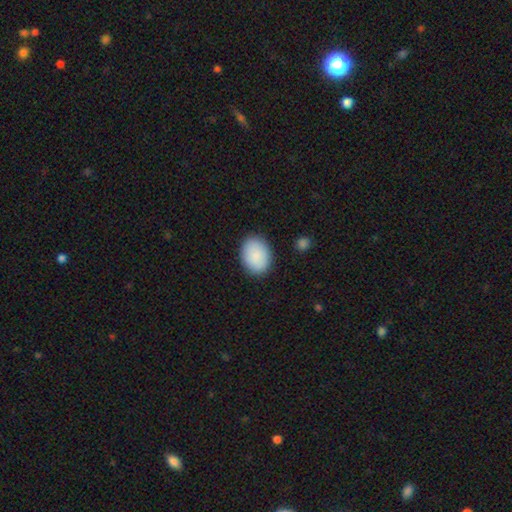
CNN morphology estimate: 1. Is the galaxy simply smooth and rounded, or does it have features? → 88% smooth, 6% star or artifact, 6% featured or disk.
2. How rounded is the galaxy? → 73% in between, 26% round, 1% cigar-shaped.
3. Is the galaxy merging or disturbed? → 88% none, 8% minor disturbance, 2% major disturbance, 1% merger.